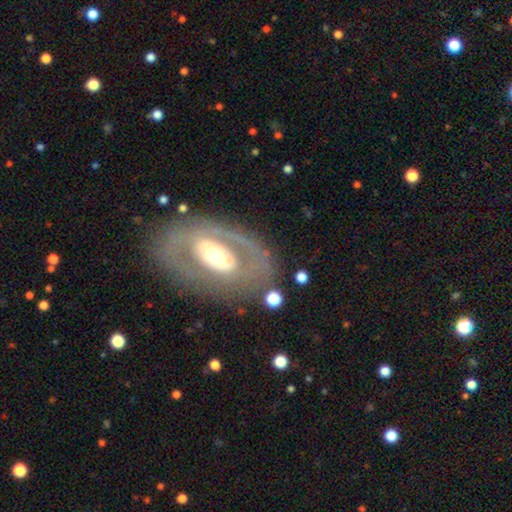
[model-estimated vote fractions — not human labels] Overall: featured or disk (72%). Edge-on disk: no (92%). Bar: no (58%; weak 24%). Spiral arms: no (66%; yes 34%). Bulge size: moderate (61%). Merging: none (75%).